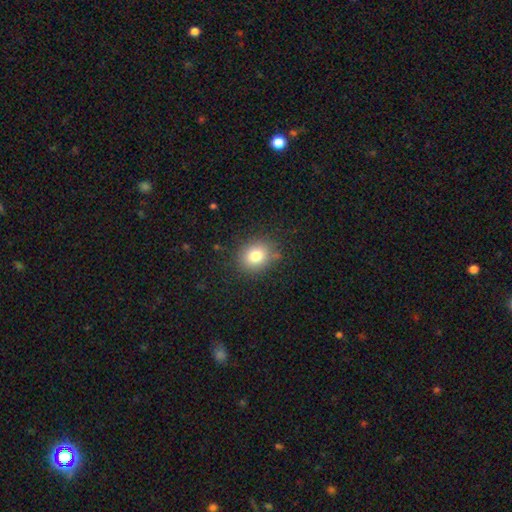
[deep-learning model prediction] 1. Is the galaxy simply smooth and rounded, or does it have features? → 79% smooth, 12% star or artifact, 9% featured or disk.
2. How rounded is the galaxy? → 69% round, 30% in between, 1% cigar-shaped.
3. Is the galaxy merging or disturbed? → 84% none, 11% minor disturbance, 3% major disturbance, 2% merger.